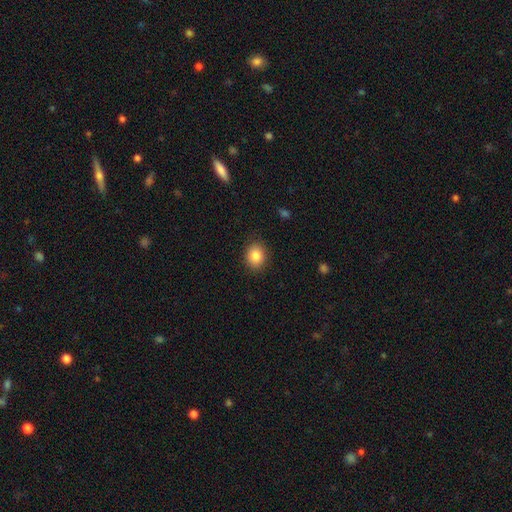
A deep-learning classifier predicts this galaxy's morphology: Smooth or featured? smooth (85%)
How rounded? round (57%)
Merging? none (88%)